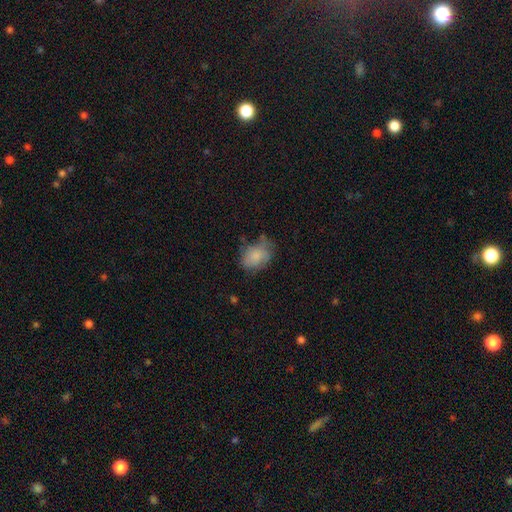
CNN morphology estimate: smooth-or-featured: smooth: 79% | featured or disk: 13% | star or artifact: 8%
  how-rounded: in between: 68% | round: 31% | cigar-shaped: 1%
  merging: none: 52% | minor disturbance: 32% | major disturbance: 12% | merger: 4%